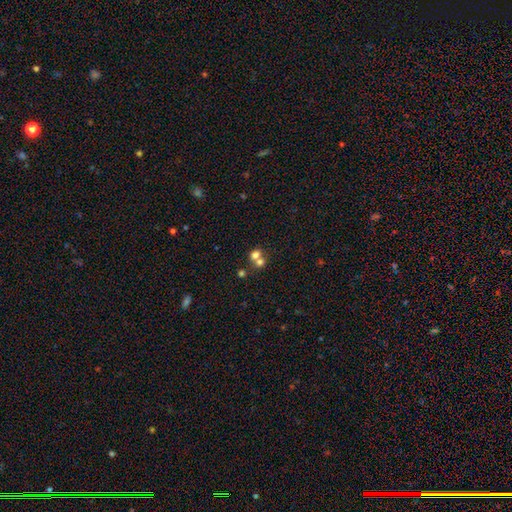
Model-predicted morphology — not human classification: Smooth or featured: smooth — 69% (star or artifact — 16%)
How rounded: round — 70% (in between — 29%)
Merging: merger — 57% (none — 34%)